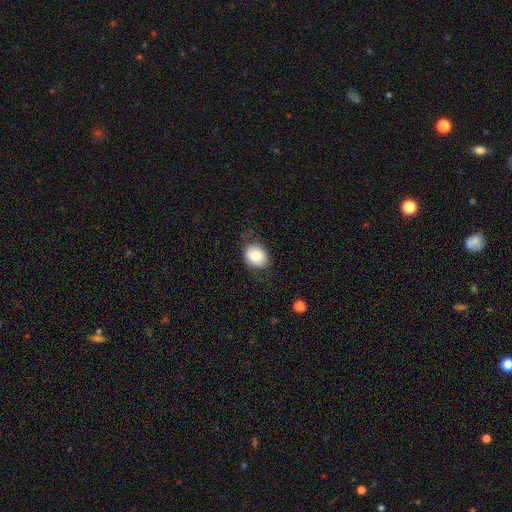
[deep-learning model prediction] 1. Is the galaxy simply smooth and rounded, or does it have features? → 78% smooth, 14% featured or disk, 8% star or artifact.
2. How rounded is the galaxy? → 55% round, 44% in between, 1% cigar-shaped.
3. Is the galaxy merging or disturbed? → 74% none, 18% minor disturbance, 7% major disturbance, 1% merger.